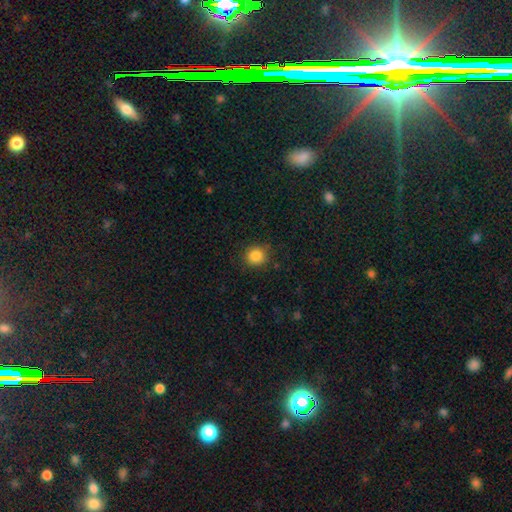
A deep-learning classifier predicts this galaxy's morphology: smooth-or-featured: smooth: 85% | star or artifact: 11% | featured or disk: 5%
  how-rounded: round: 88% | in between: 11% | cigar-shaped: 1%
  merging: none: 88% | minor disturbance: 9% | major disturbance: 3% | merger: 1%